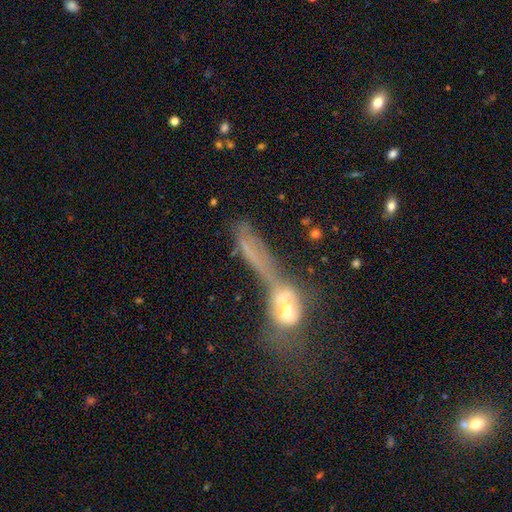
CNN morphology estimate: A featured or disk galaxy (42%).

Vote fractions:
- Smooth or featured? featured or disk: 42% / smooth: 39% / star or artifact: 19%
- Merging? merger: 50% / major disturbance: 23% / none: 17% / minor disturbance: 10%